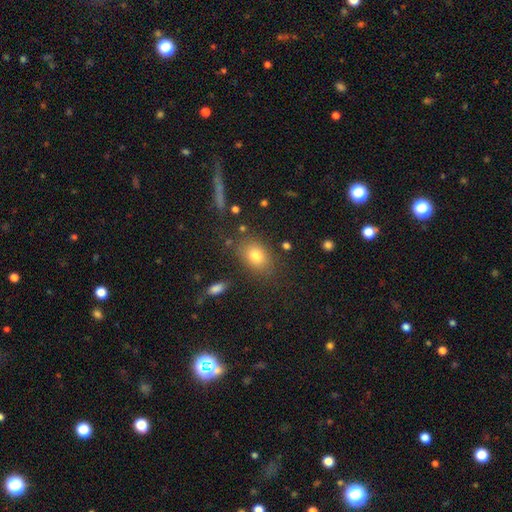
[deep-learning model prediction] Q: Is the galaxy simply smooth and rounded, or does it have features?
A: smooth — 78%.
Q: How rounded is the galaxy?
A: in between — 74%.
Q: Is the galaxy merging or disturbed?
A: none — 79%.